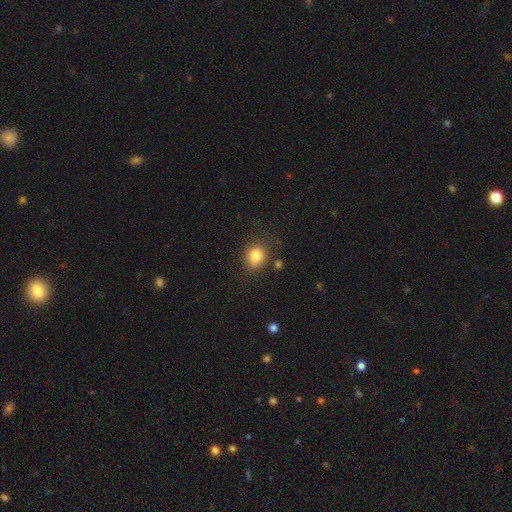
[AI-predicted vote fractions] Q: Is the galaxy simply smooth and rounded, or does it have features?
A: smooth — 82%.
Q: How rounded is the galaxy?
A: round — 65%.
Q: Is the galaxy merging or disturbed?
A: none — 75%.